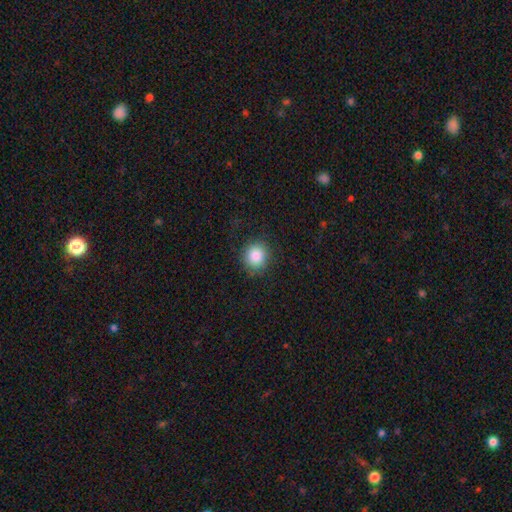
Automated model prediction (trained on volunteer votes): Overall: smooth (86%). How rounded: round (85%). Merging: none (84%).